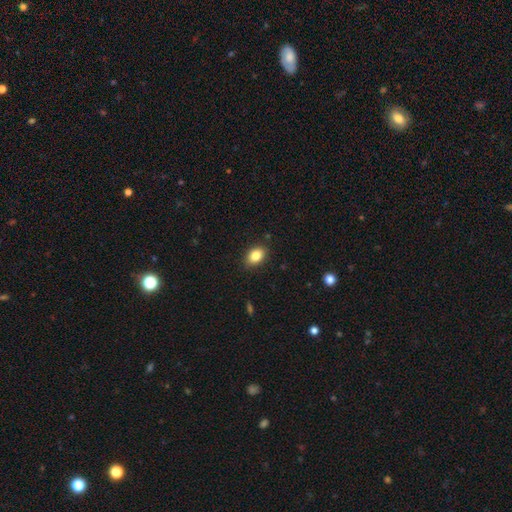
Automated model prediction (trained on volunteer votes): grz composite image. It shows a smooth galaxy with no disk features (85%) that is in between round and cigar-shaped (79%). Merging: none (87%).